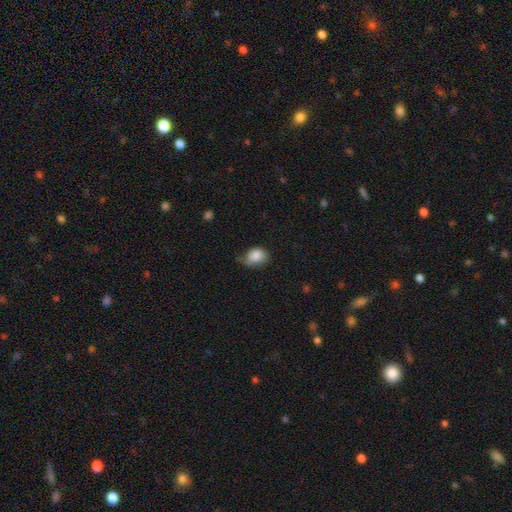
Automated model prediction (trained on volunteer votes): Smooth or featured? smooth (85%)
How rounded? in between (59%)
Merging? none (49%)